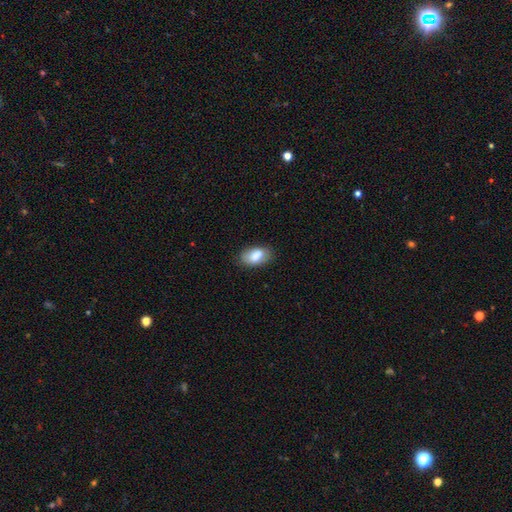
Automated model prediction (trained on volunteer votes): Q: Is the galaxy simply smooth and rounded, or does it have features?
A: smooth — 81%.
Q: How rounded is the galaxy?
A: in between — 93%.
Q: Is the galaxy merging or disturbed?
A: none — 77%.